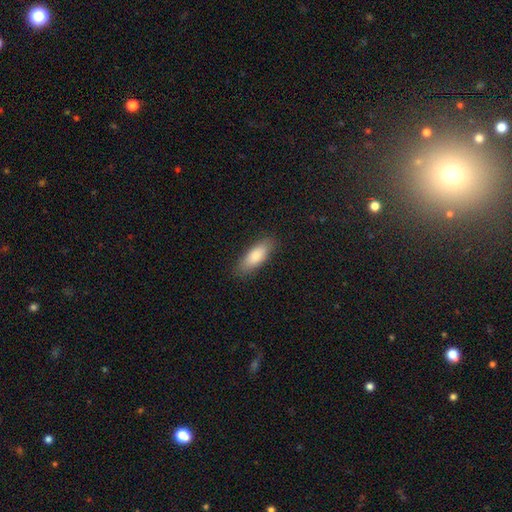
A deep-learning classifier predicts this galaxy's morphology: Q: Smooth or featured?
A: smooth (83%); runner-up: featured or disk (11%)
Q: How rounded?
A: in between (67%); runner-up: cigar-shaped (31%)
Q: Merging?
A: none (86%); runner-up: minor disturbance (11%)